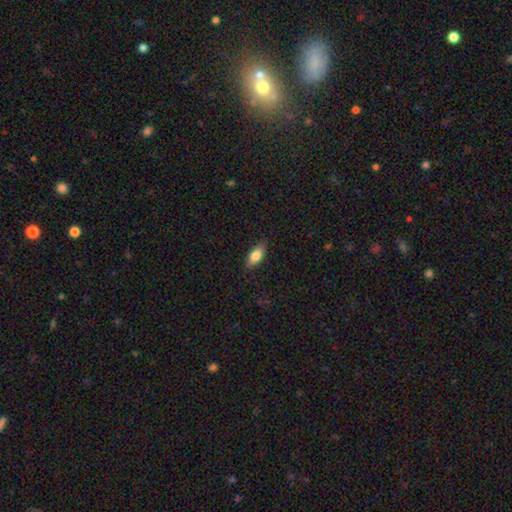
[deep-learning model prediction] Smooth or featured? Predicted: smooth (p=0.78). How rounded? Predicted: in between (p=0.84). Merging? Predicted: none (p=0.83).